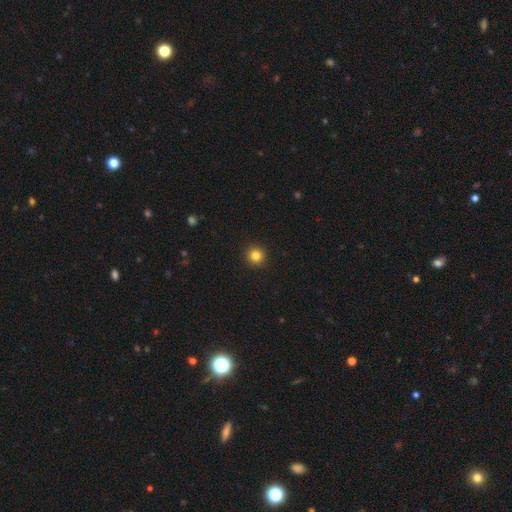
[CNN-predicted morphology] Smooth or featured? smooth (83%)
How rounded? round (95%)
Merging? none (93%)